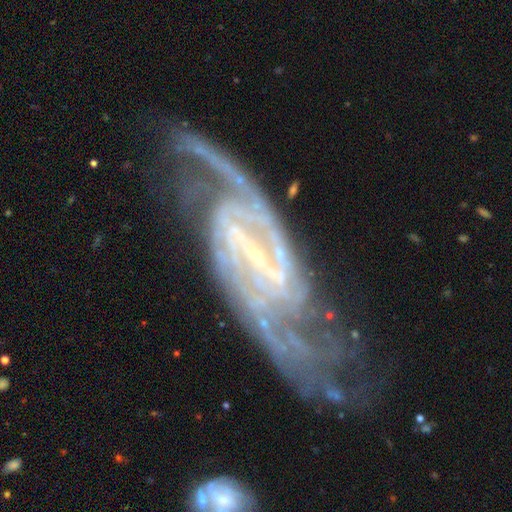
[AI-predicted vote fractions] Smooth or featured?
  - featured or disk: 92% *
  - star or artifact: 5%
  - smooth: 3%
Edge-on disk?
  - no: 94% *
  - yes: 6%
Bar?
  - strong: 57% *
  - weak: 32%
  - no: 11%
Spiral arms?
  - yes: 98% *
  - no: 2%
Spiral winding?
  - medium: 50% *
  - tight: 31%
  - loose: 19%
Spiral arm count?
  - 2: 79% *
  - can't tell: 6%
  - 3: 6%
  - 4: 3%
  - 1: 3%
  - more than 4: 3%
Bulge size?
  - small: 79% *
  - moderate: 12%
  - none: 7%
  - large: 1%
  - dominant: 1%
Merging?
  - none: 62% *
  - minor disturbance: 18%
  - major disturbance: 14%
  - merger: 5%